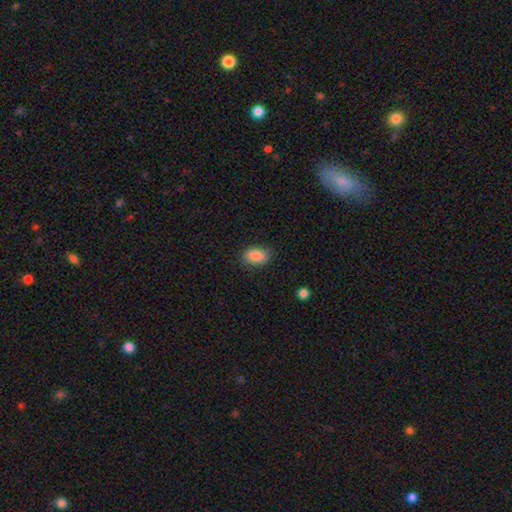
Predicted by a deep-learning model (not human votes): The model was most divided on "merging": none: 82%, minor disturbance: 14%, major disturbance: 3%, merger: 1%. More confident: smooth or featured — smooth (87%); how rounded — in between (86%).